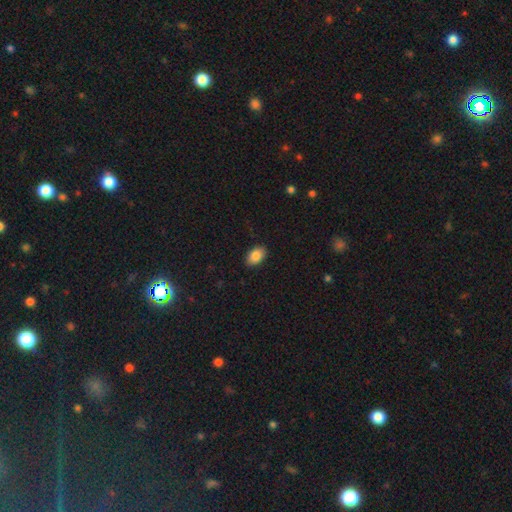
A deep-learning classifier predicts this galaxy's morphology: type=smooth (87%); roundness=in between (91%); merging=none (89%).